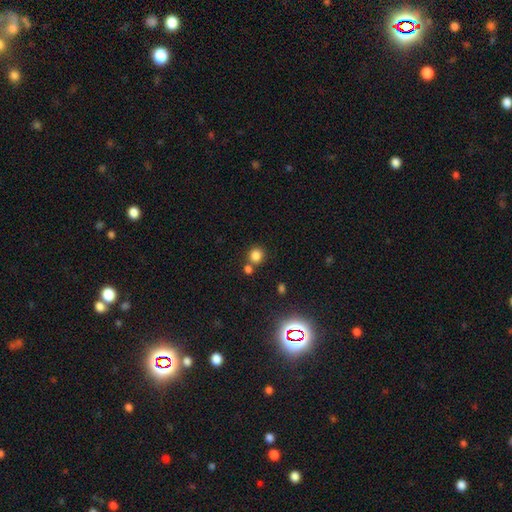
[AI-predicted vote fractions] Q: Smooth or featured?
A: smooth (81%); runner-up: star or artifact (14%)
Q: How rounded?
A: round (85%); runner-up: in between (14%)
Q: Merging?
A: none (66%); runner-up: merger (22%)